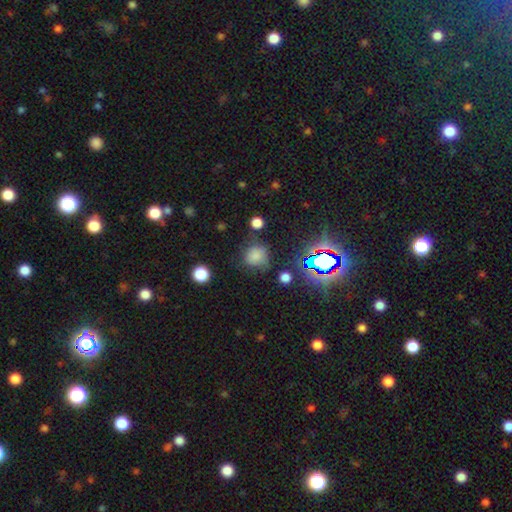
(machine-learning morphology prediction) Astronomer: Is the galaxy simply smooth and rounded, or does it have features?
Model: smooth — 73%.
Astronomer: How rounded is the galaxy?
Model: round — 82%.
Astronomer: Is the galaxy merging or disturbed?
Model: none — 67%.